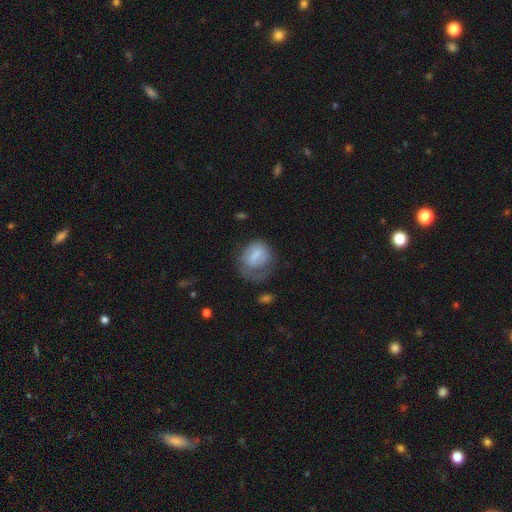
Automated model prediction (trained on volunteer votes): Morphology: type=smooth (65%); roundness=round (58%); merging=major disturbance (36%).